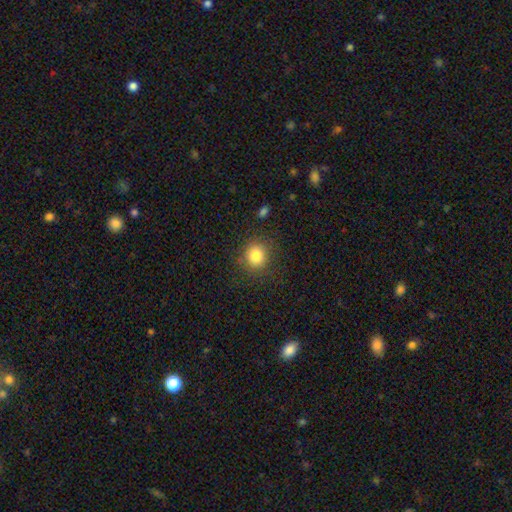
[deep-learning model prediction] This is clearly a smooth galaxy (82%). How rounded: clearly round (86%). Merging: clearly none (84%).